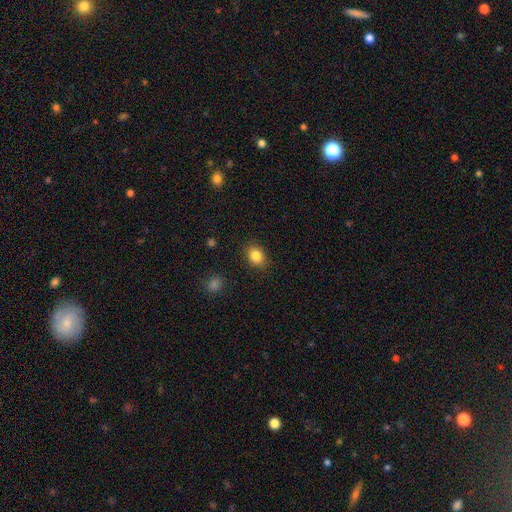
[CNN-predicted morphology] The model was most divided on "how rounded": in between: 65%, round: 33%, cigar-shaped: 1%. More confident: merging — none (86%); smooth or featured — smooth (85%).